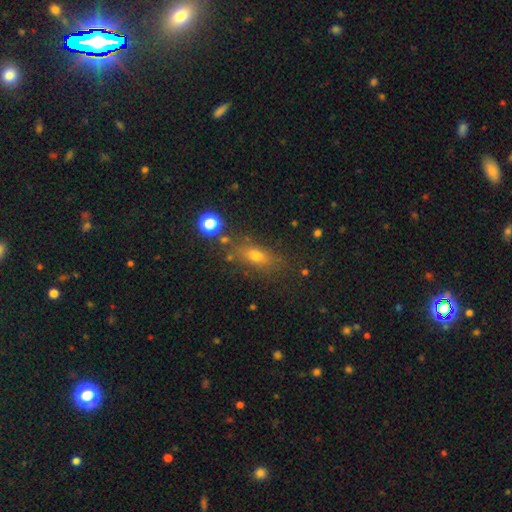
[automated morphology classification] This appears to be a smooth galaxy with no disk features (68%) that is in between round and cigar-shaped (65%). Merging: none (72%).